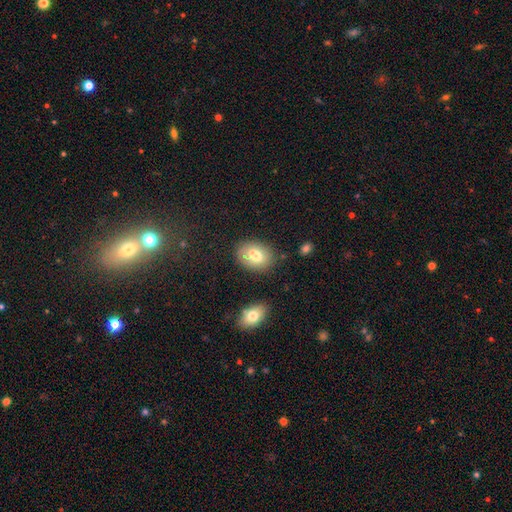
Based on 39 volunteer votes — A smooth galaxy with no disk features (67%) that is in between round and cigar-shaped (69%).

Vote fractions:
- Smooth or featured? smooth: 67% / featured or disk: 23% / star or artifact: 10%
- How rounded? in between: 69% / round: 27% / cigar-shaped: 4%
- Merging? none: 51% / minor disturbance: 34% / merger: 11% / major disturbance: 3%